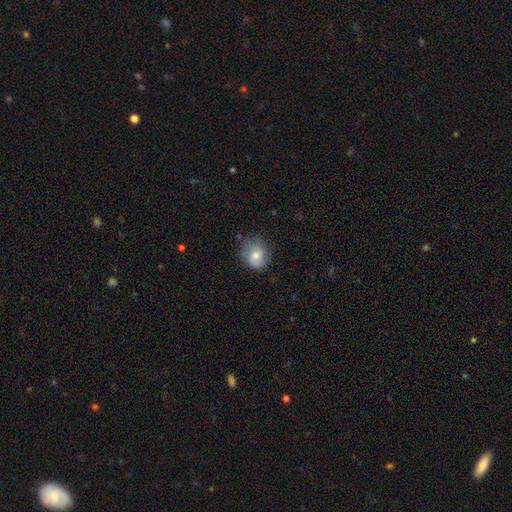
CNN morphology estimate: Q: Smooth or featured?
A: smooth (69%); runner-up: featured or disk (23%)
Q: How rounded?
A: round (65%); runner-up: in between (34%)
Q: Merging?
A: none (62%); runner-up: minor disturbance (27%)